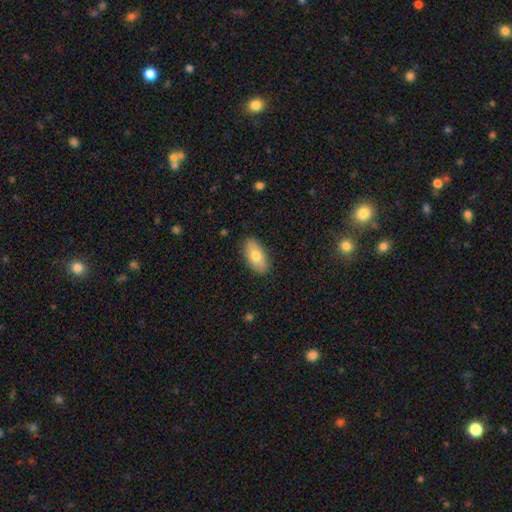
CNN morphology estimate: Smooth or featured?
  - smooth: 75% *
  - featured or disk: 19%
  - star or artifact: 6%
How rounded?
  - in between: 93% *
  - cigar-shaped: 4%
  - round: 3%
Merging?
  - none: 87% *
  - minor disturbance: 10%
  - major disturbance: 2%
  - merger: 1%